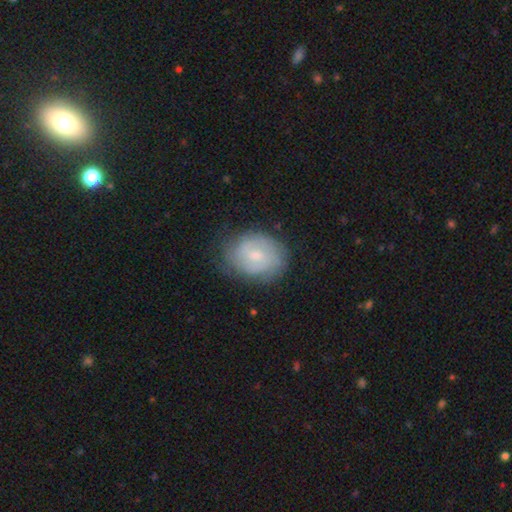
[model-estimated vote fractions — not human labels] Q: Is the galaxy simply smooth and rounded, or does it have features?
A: featured or disk — 59%.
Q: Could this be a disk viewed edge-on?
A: no — 97%.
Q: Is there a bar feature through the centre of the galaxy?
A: weak — 54%.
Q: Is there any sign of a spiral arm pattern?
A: yes — 84%.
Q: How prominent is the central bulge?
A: small — 52%.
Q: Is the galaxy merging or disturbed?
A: none — 73%.